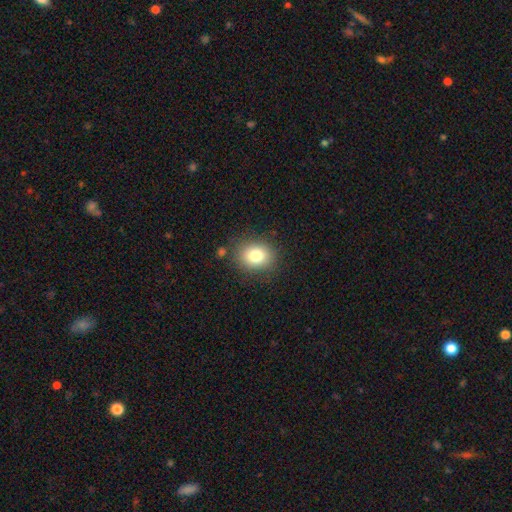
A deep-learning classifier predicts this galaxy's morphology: smooth-or-featured: smooth: 80% | star or artifact: 11% | featured or disk: 9%
  how-rounded: round: 56% | in between: 44% | cigar-shaped: 1%
  merging: none: 84% | minor disturbance: 10% | major disturbance: 3% | merger: 2%